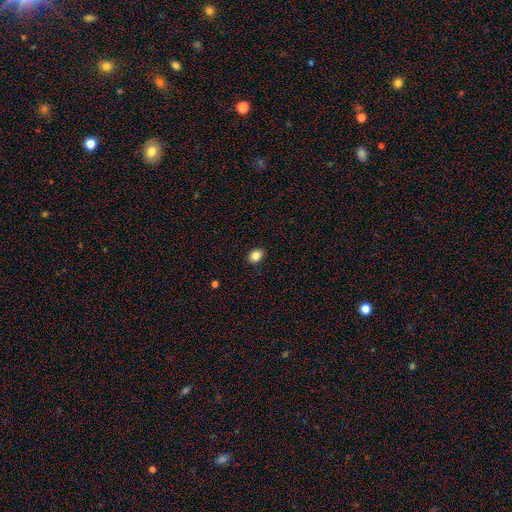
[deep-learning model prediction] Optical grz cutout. It shows a smooth galaxy with no disk features (84%) that is in between round and cigar-shaped (55%). Merging: none (90%).